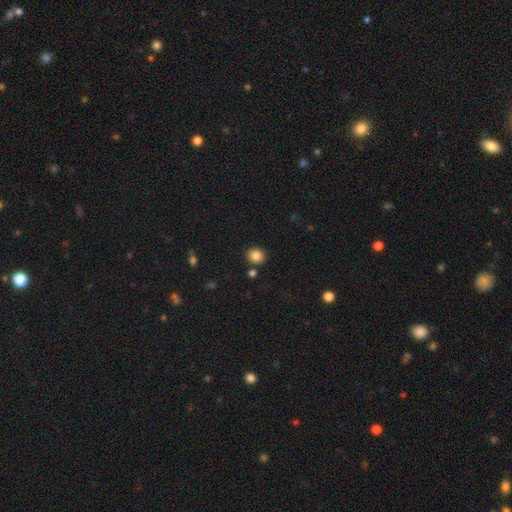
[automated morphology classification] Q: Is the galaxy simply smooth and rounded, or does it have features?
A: smooth — 85%.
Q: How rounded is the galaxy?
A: round — 76%.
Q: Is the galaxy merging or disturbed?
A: none — 86%.